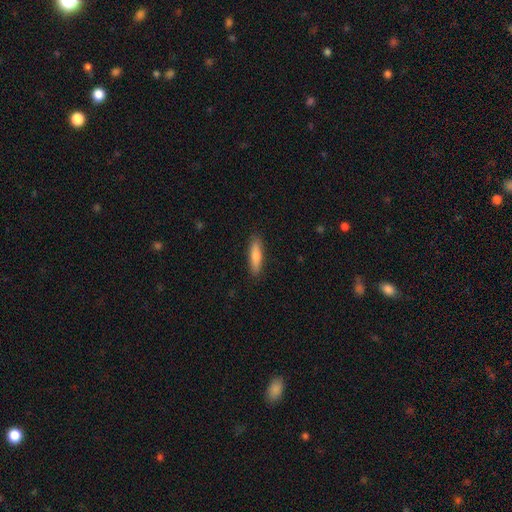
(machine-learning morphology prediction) type=smooth (74%); roundness=cigar-shaped (77%); merging=none (89%).